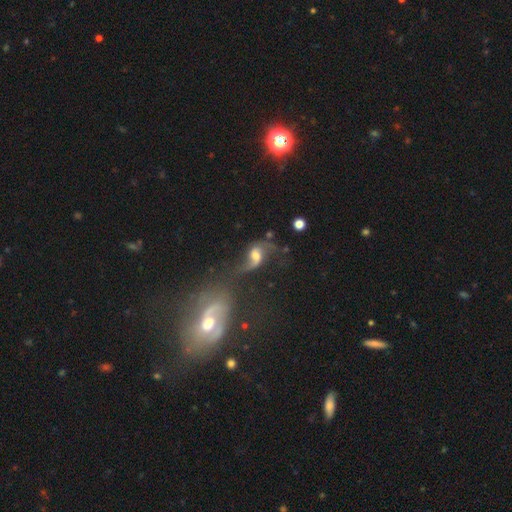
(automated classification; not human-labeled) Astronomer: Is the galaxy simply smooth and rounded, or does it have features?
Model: featured or disk — 71%.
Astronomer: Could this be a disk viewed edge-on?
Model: no — 96%.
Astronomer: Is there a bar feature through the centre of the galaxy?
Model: weak — 44% (runner-up: no, 42%).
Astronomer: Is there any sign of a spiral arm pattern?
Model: yes — 90%.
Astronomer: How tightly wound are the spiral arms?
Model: loose — 83%.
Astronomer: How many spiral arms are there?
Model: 2 — 88%.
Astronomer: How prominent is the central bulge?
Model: moderate — 53%.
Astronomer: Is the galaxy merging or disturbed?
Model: none — 40% (runner-up: major disturbance, 23%).